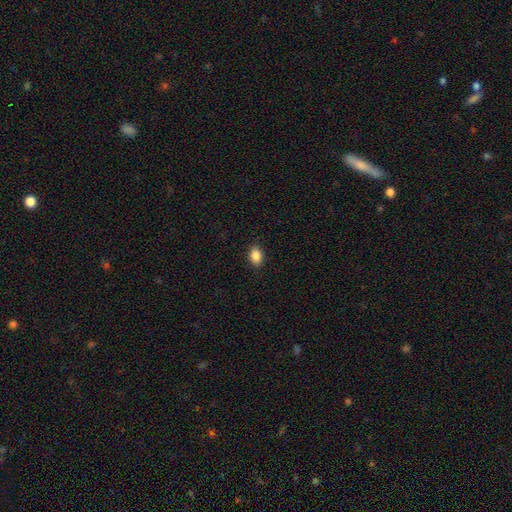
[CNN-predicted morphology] type=smooth (88%); roundness=in between (83%); merging=none (89%).